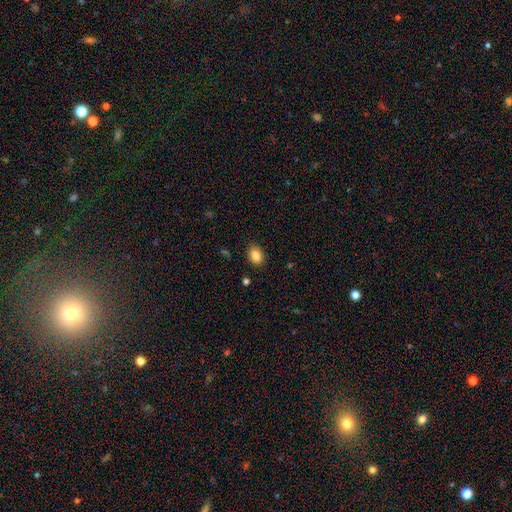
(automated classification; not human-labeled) Smooth or featured?
  - smooth: 85% *
  - star or artifact: 9%
  - featured or disk: 6%
How rounded?
  - in between: 72% *
  - round: 27%
  - cigar-shaped: 1%
Merging?
  - none: 86% *
  - minor disturbance: 10%
  - major disturbance: 2%
  - merger: 1%